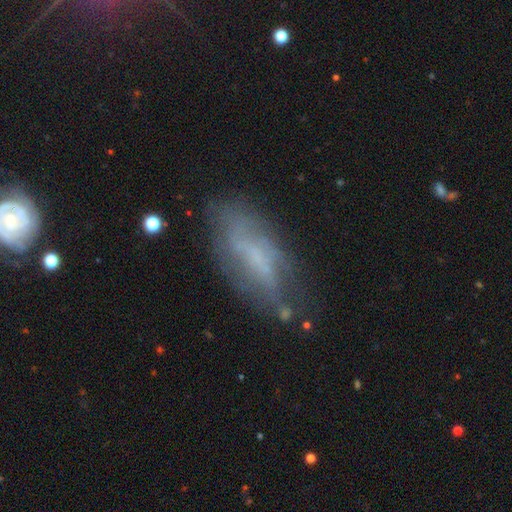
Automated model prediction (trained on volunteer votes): Smooth or featured? Predicted: featured or disk (p=0.48). Merging? Predicted: none (p=0.59).